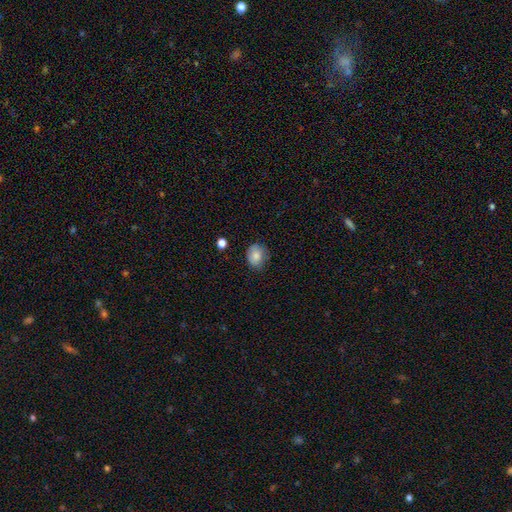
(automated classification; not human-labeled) The model was most divided on "how rounded": round: 56%, in between: 43%, cigar-shaped: 1%. More confident: smooth or featured — smooth (81%); merging — none (71%).